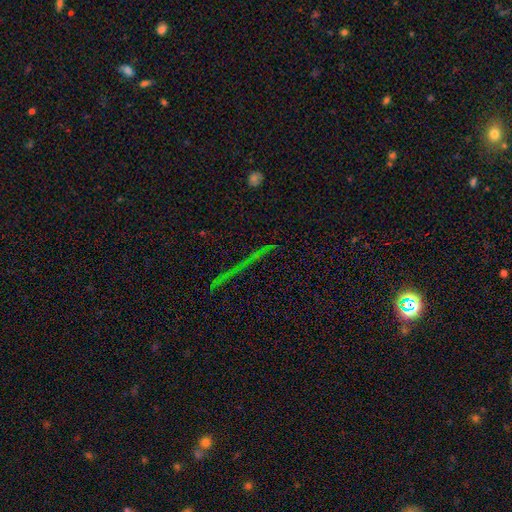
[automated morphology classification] Smooth or featured: star or artifact — 73% (smooth — 15%)